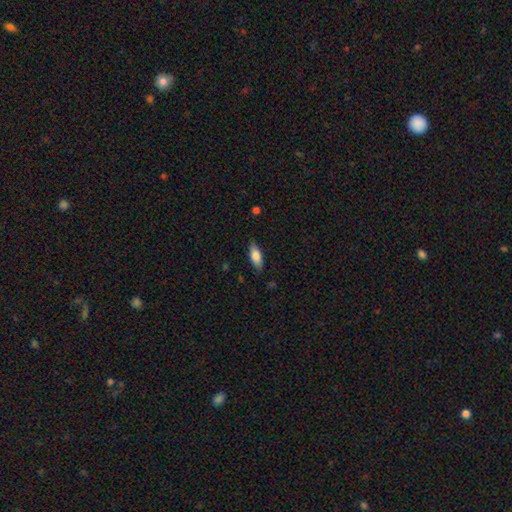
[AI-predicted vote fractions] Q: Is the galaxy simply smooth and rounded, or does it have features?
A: smooth — 75%.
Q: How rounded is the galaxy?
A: in between — 73%.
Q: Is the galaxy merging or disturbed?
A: none — 83%.